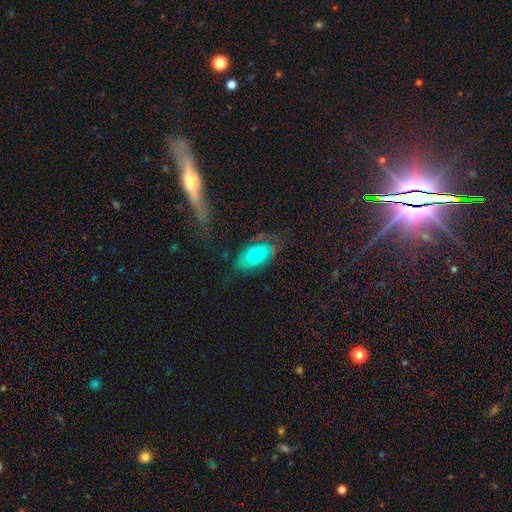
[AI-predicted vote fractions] This appears to be a smooth galaxy with no disk features (56%) that is in between round and cigar-shaped (92%). Merging: none (56%).